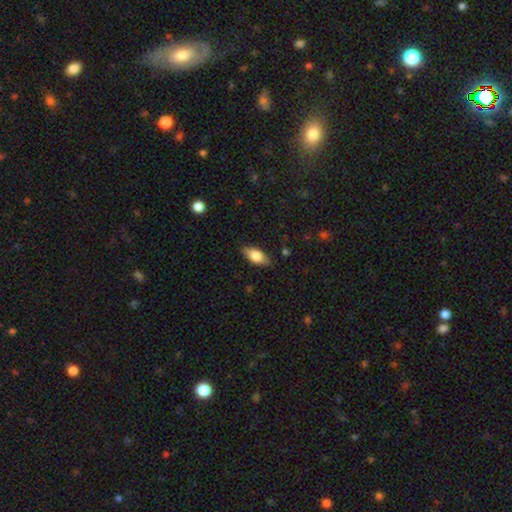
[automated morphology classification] Smooth or featured?
  - smooth: 77% *
  - featured or disk: 16%
  - star or artifact: 7%
How rounded?
  - in between: 87% *
  - cigar-shaped: 10%
  - round: 3%
Merging?
  - none: 83% *
  - minor disturbance: 13%
  - major disturbance: 3%
  - merger: 1%